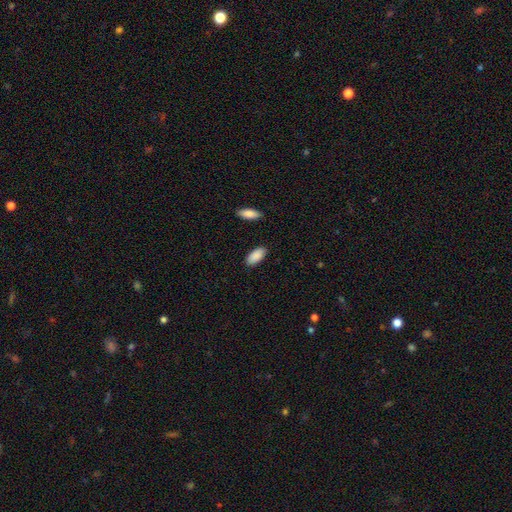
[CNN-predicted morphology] This appears to be a smooth galaxy with no disk features (90%) that is in between round and cigar-shaped (90%). Merging: none (87%).